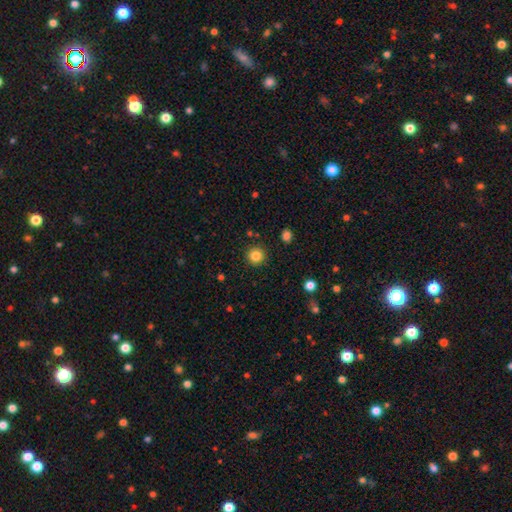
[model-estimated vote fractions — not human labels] Smooth or featured?
  - smooth: 84% *
  - star or artifact: 11%
  - featured or disk: 5%
How rounded?
  - round: 95% *
  - in between: 4%
  - cigar-shaped: 1%
Merging?
  - none: 91% *
  - minor disturbance: 5%
  - major disturbance: 2%
  - merger: 2%